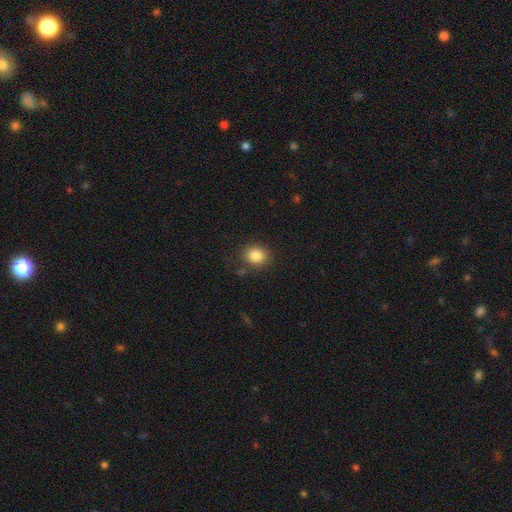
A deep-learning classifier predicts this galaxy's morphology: smooth-or-featured: smooth: 84% | star or artifact: 10% | featured or disk: 6%
  how-rounded: round: 68% | in between: 31% | cigar-shaped: 1%
  merging: none: 83% | minor disturbance: 11% | major disturbance: 4% | merger: 2%